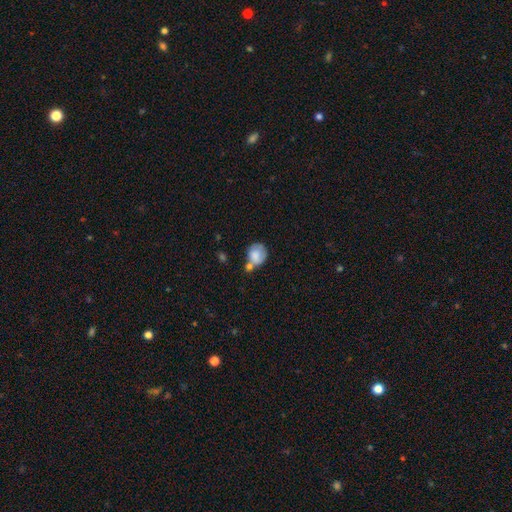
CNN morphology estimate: smooth-or-featured: smooth: 74% | featured or disk: 18% | star or artifact: 8%
  how-rounded: round: 64% | in between: 35% | cigar-shaped: 1%
  merging: merger: 35% | none: 33% | minor disturbance: 22% | major disturbance: 10%